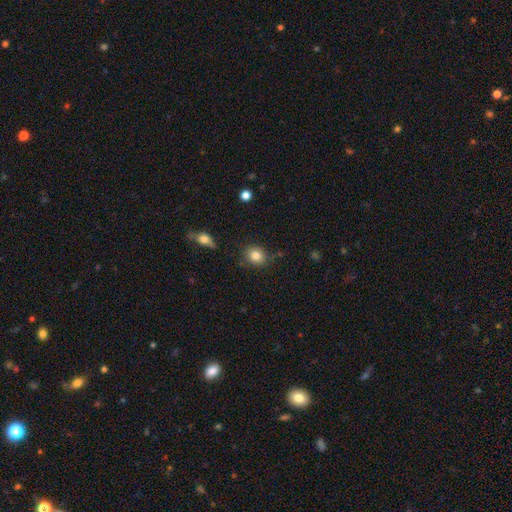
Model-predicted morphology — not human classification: Q: Smooth or featured?
A: smooth (83%); runner-up: star or artifact (10%)
Q: How rounded?
A: round (76%); runner-up: in between (23%)
Q: Merging?
A: none (80%); runner-up: minor disturbance (13%)